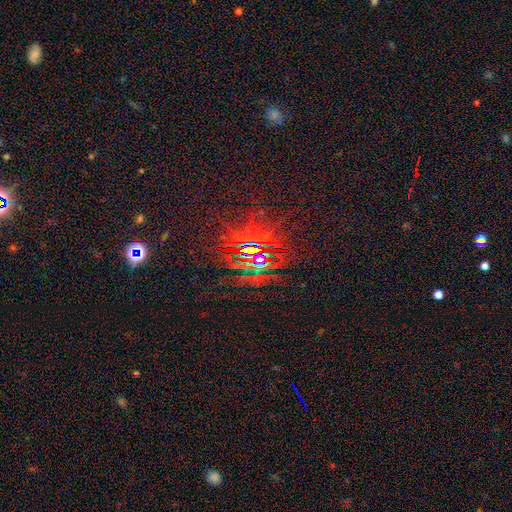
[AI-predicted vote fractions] Overall: star or artifact (84%).